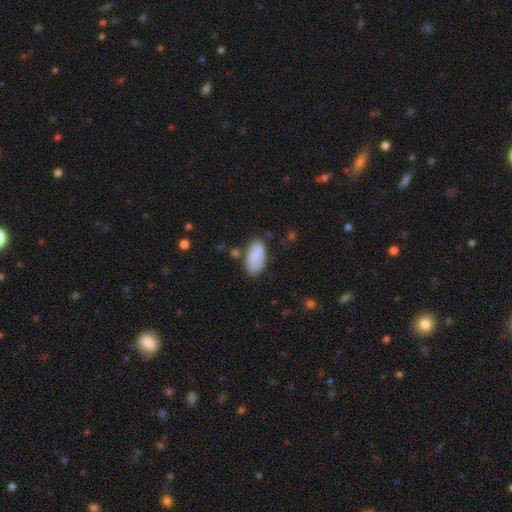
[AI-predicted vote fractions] Smooth or featured?
  - smooth: 77% *
  - featured or disk: 16%
  - star or artifact: 7%
How rounded?
  - in between: 93% *
  - cigar-shaped: 3%
  - round: 3%
Merging?
  - none: 58% *
  - minor disturbance: 25%
  - merger: 8%
  - major disturbance: 8%